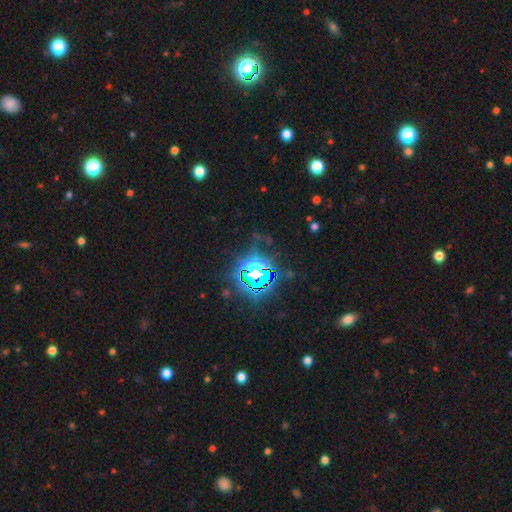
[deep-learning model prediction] Q: Smooth or featured?
A: star or artifact (84%); runner-up: smooth (10%)